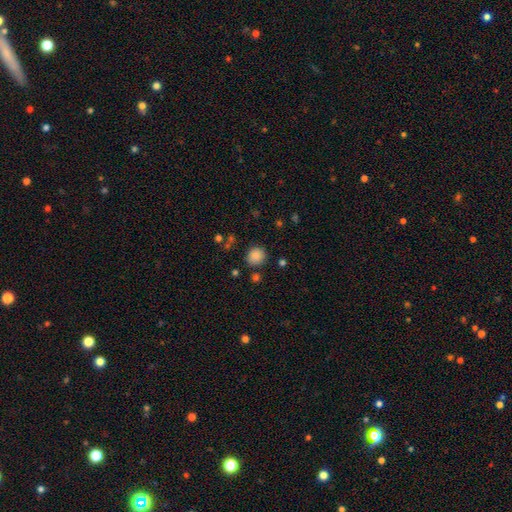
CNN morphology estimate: A smooth galaxy with no disk features (86%) that is round (82%).

Vote fractions:
- Smooth or featured? smooth: 86% / star or artifact: 10% / featured or disk: 4%
- How rounded? round: 82% / in between: 17% / cigar-shaped: 1%
- Merging? none: 82% / minor disturbance: 11% / merger: 4% / major disturbance: 3%